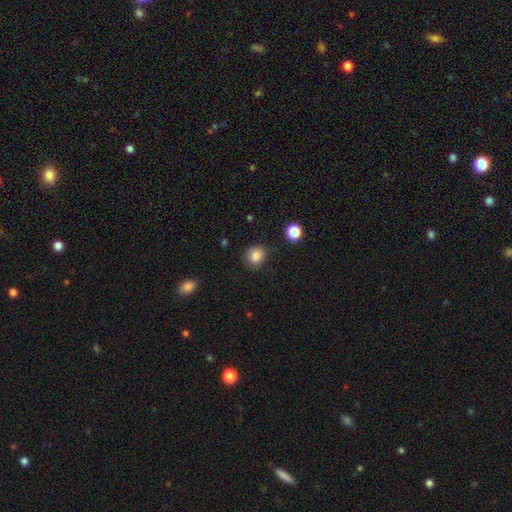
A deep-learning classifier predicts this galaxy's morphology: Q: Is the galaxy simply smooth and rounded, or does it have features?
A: smooth — 85%.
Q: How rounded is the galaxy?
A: round — 85%.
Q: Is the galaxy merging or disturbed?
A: none — 81%.